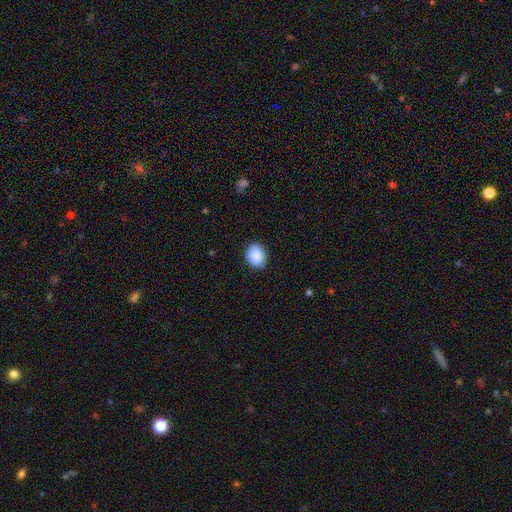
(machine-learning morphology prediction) Smooth or featured? smooth (89%)
How rounded? round (54%)
Merging? none (87%)